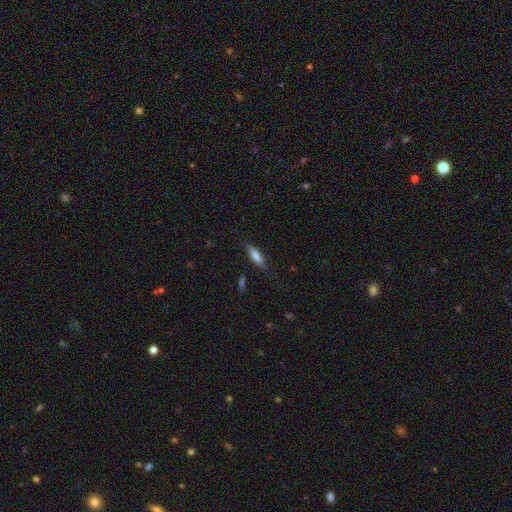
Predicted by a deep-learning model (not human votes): Smooth or featured: smooth — 75% (featured or disk — 18%)
How rounded: cigar-shaped — 56% (in between — 42%)
Merging: none — 77% (minor disturbance — 17%)